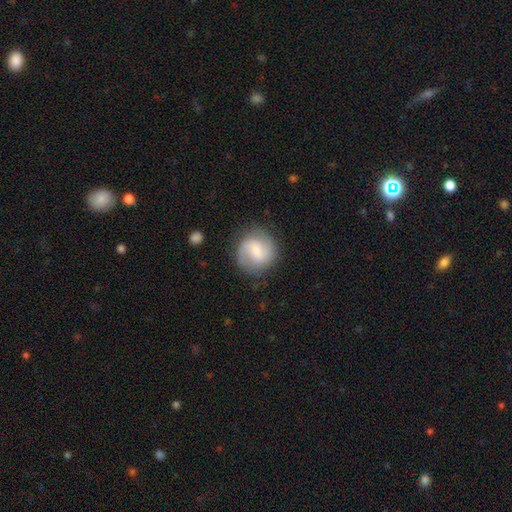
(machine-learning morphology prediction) A featured or disk galaxy (56%) with a weak bar (56%), spiral arms (88%) and a small central bulge (51%). Merging: none (81%).